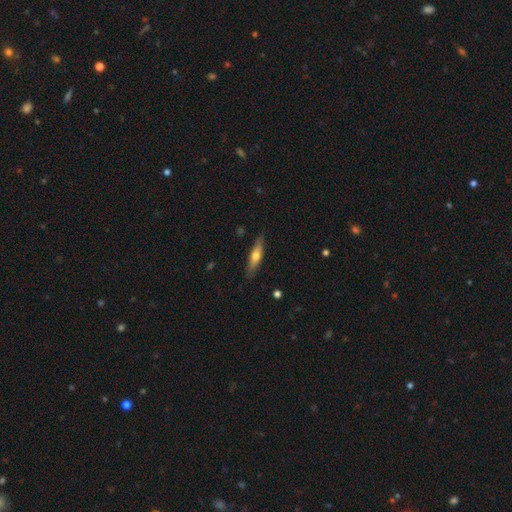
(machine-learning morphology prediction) The model was most divided on "smooth or featured": smooth: 53%, featured or disk: 41%, star or artifact: 6%. More confident: merging — none (86%); how rounded — cigar-shaped (75%).